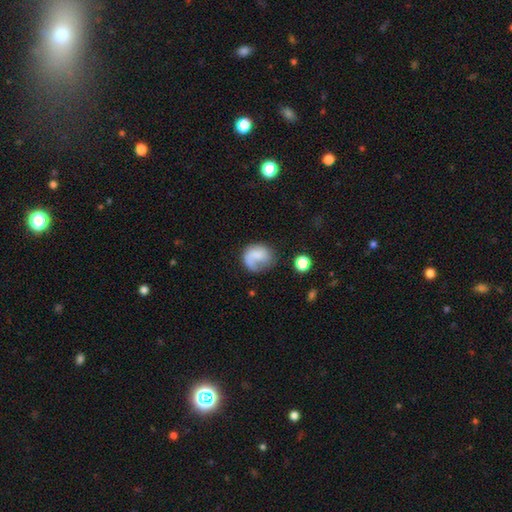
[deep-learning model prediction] A smooth galaxy with no disk features (56%) that is round (66%).

Vote fractions:
- Smooth or featured? smooth: 56% / featured or disk: 36% / star or artifact: 8%
- How rounded? round: 66% / in between: 33% / cigar-shaped: 1%
- Merging? none: 47% / major disturbance: 27% / minor disturbance: 22% / merger: 4%